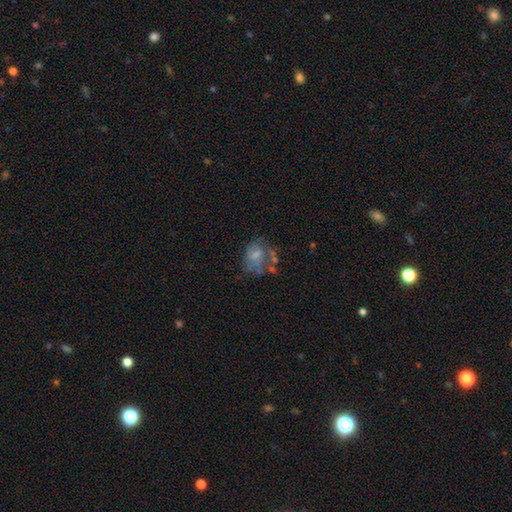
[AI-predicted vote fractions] Overall: featured or disk (46%; smooth 42%). Merging: none (35%; major disturbance 28%).